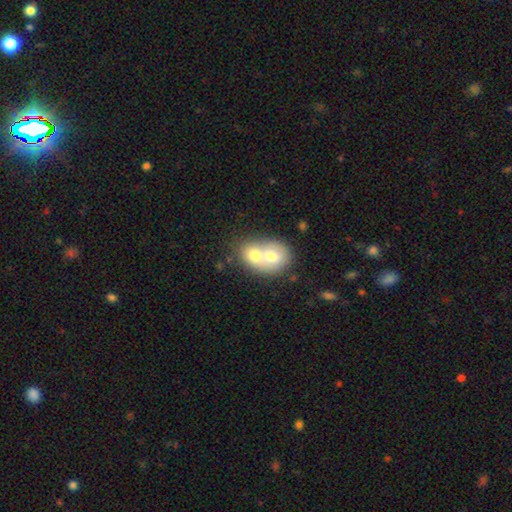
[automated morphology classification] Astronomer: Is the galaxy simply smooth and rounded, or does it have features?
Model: smooth — 66%.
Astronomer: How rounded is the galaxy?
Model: round — 51% (runner-up: in between, 48%).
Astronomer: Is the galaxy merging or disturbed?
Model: merger — 74%.